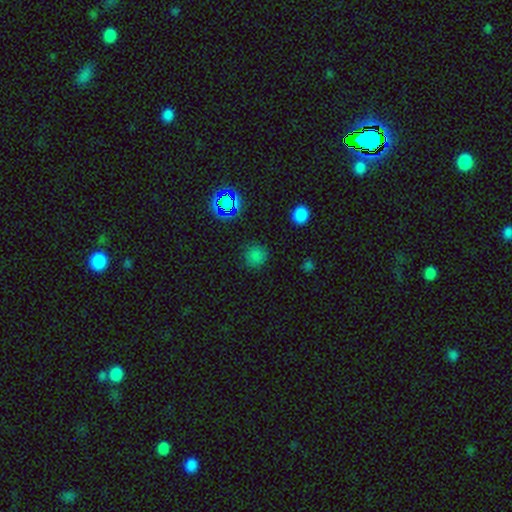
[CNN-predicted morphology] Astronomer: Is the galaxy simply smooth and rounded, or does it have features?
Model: smooth — 73%.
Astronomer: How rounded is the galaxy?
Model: round — 88%.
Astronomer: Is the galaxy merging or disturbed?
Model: none — 83%.